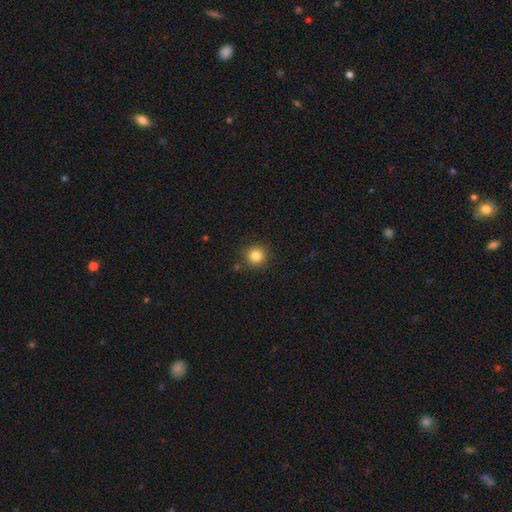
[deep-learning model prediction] This is clearly a smooth galaxy (84%). How rounded: clearly round (94%). Merging: clearly none (88%).